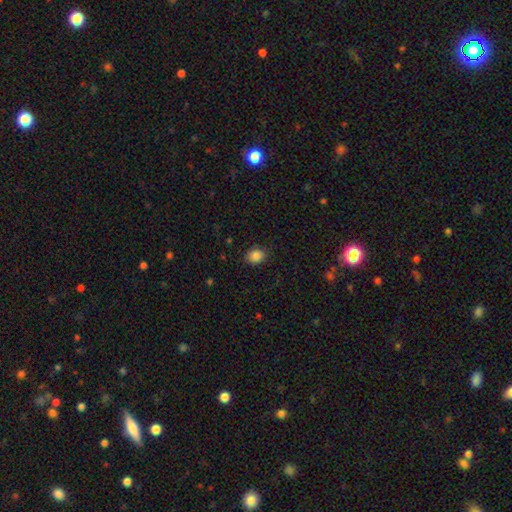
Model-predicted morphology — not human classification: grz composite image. It shows a smooth galaxy with no disk features (86%) that is round (52%). Merging: none (85%).